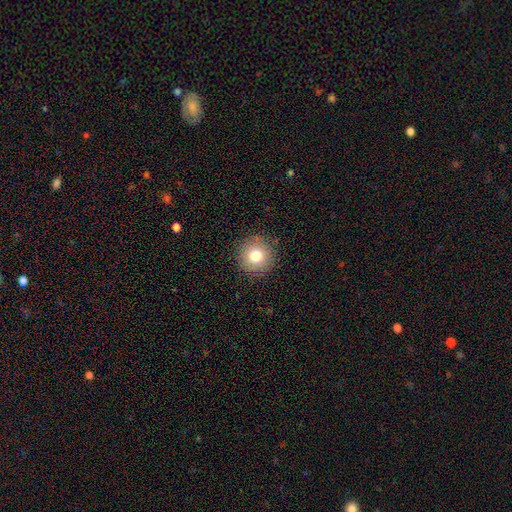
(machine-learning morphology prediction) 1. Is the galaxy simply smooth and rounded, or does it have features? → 77% smooth, 12% star or artifact, 11% featured or disk.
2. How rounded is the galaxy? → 95% round, 4% in between, 1% cigar-shaped.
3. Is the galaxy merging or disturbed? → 90% none, 7% minor disturbance, 2% major disturbance, 1% merger.